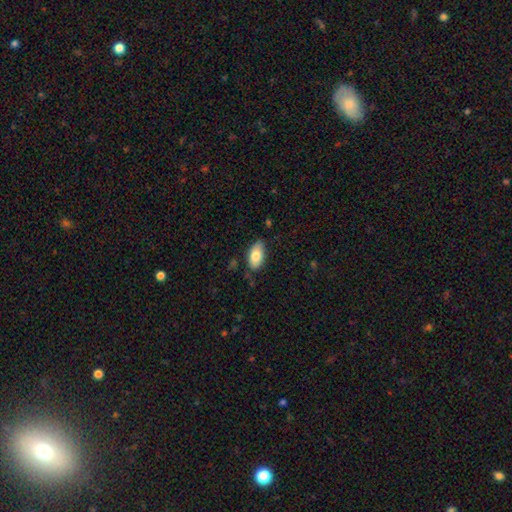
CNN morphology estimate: Smooth or featured? smooth (79%)
How rounded? in between (93%)
Merging? none (77%)